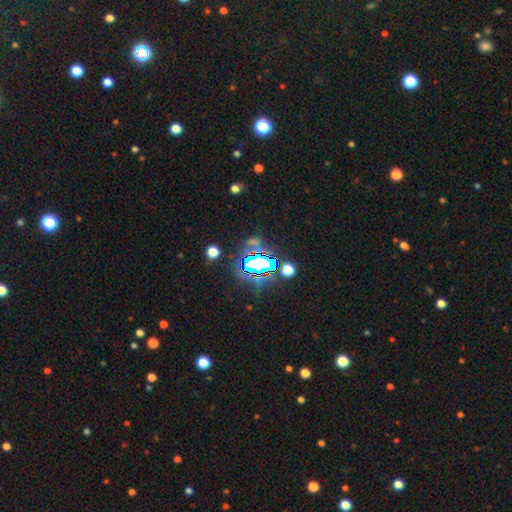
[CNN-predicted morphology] Smooth or featured? Predicted: star or artifact (p=0.70).